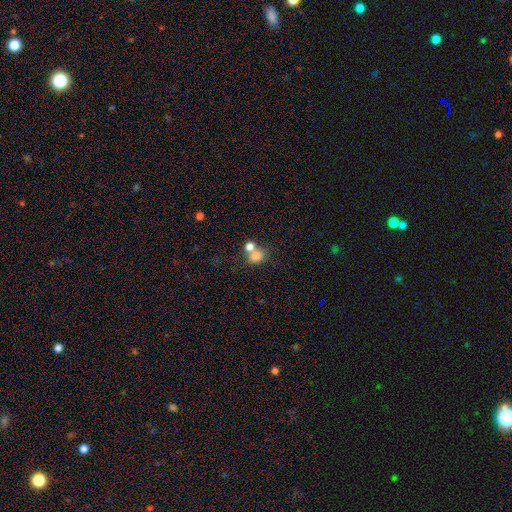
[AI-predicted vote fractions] Overall: smooth (76%). How rounded: round (51%; in between 47%). Merging: merger (46%; none 37%).